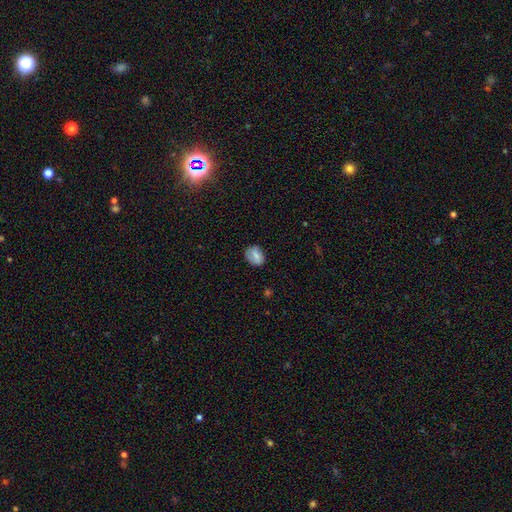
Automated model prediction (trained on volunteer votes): smooth_or_featured: smooth (p=0.74) [alt: featured or disk p=0.17]
how_rounded: in between (p=0.60) [alt: round p=0.38]
merging: none (p=0.76) [alt: minor disturbance p=0.18]